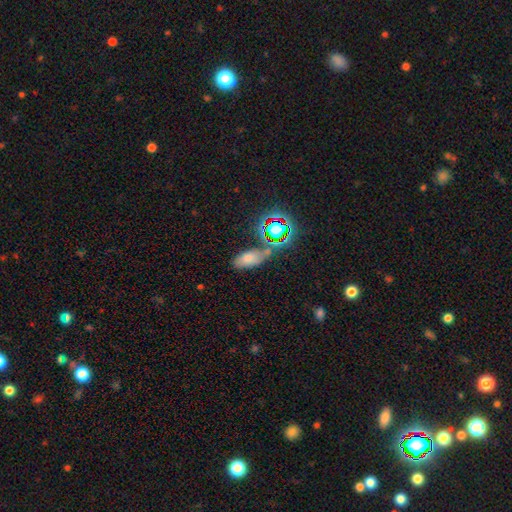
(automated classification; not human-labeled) Overall: smooth (49%; star or artifact 34%). Merging: none (62%).